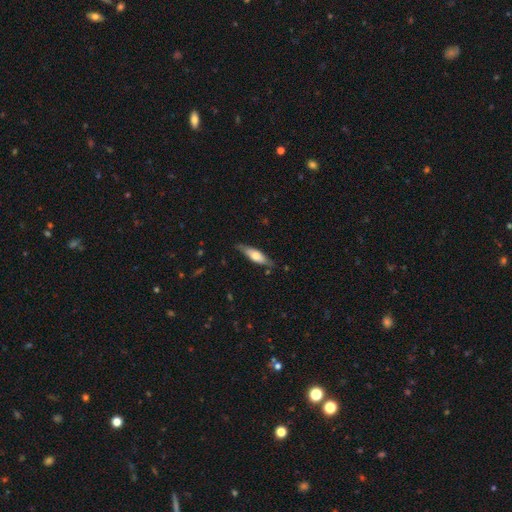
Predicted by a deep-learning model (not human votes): Smooth or featured?
  - smooth: 53% *
  - featured or disk: 41%
  - star or artifact: 6%
How rounded?
  - cigar-shaped: 57% *
  - in between: 41%
  - round: 2%
Merging?
  - none: 76% *
  - minor disturbance: 19%
  - major disturbance: 3%
  - merger: 2%